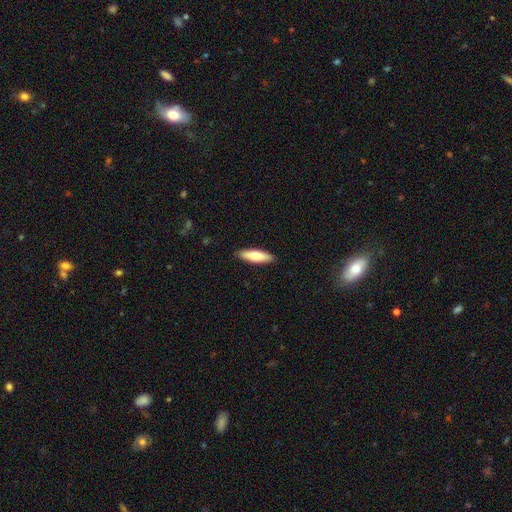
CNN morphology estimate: A smooth galaxy with no disk features (69%) that is cigar-shaped (56%). Merging: none (89%).